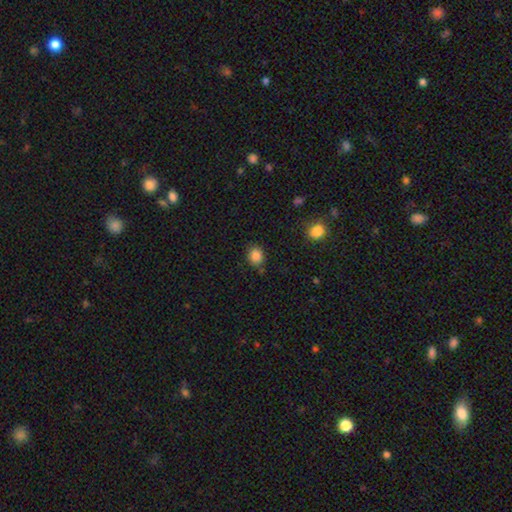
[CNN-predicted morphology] Smooth or featured? Predicted: smooth (p=0.86). How rounded? Predicted: round (p=0.63). Merging? Predicted: none (p=0.80).